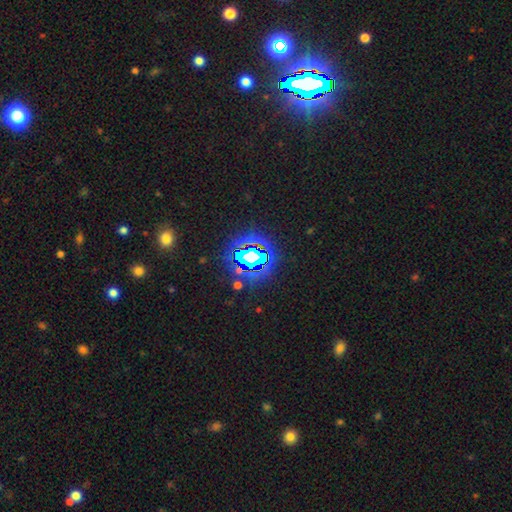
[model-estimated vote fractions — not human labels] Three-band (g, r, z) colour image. It shows a star or artifact, not a galaxy (78%).